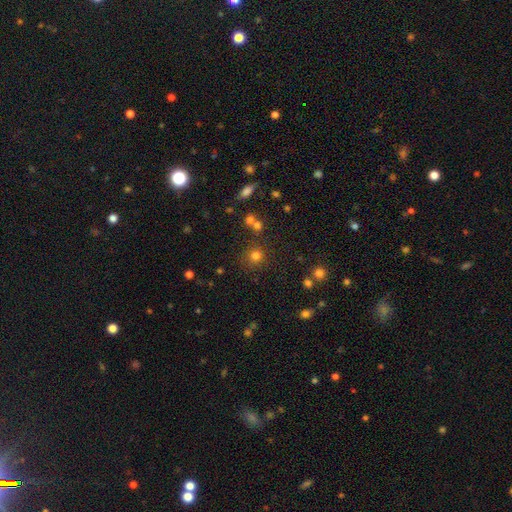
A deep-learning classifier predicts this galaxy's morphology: smooth 76%, star or artifact 18%, featured or disk 6%. Down the decision tree: how rounded — round (90%); merging — none (80%).